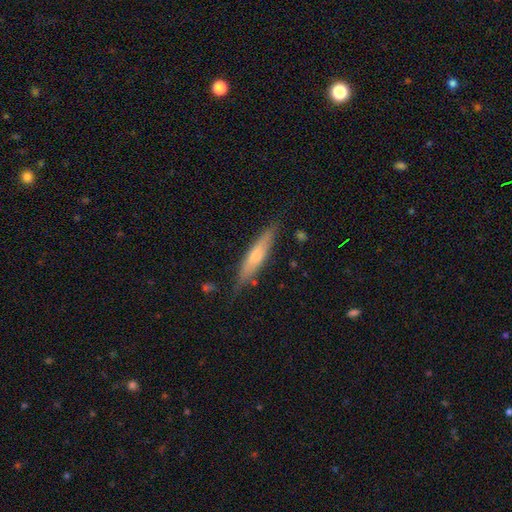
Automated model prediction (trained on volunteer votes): Overall: featured or disk (50%; smooth 43%). Edge-on disk: yes (90%). Merging: none (82%).